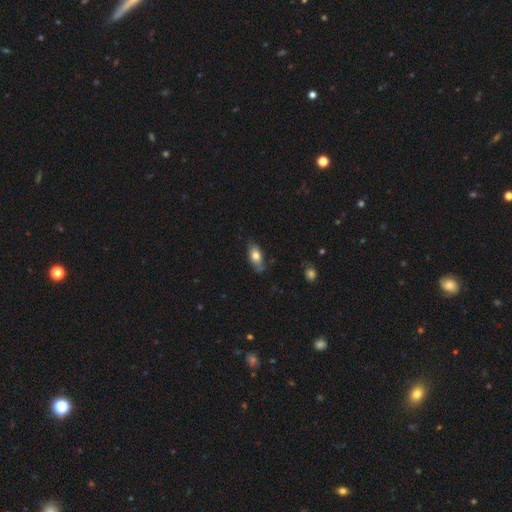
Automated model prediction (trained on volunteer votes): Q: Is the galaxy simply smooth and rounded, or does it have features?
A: smooth — 75%.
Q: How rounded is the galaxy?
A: in between — 87%.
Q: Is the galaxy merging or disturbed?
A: none — 68%.